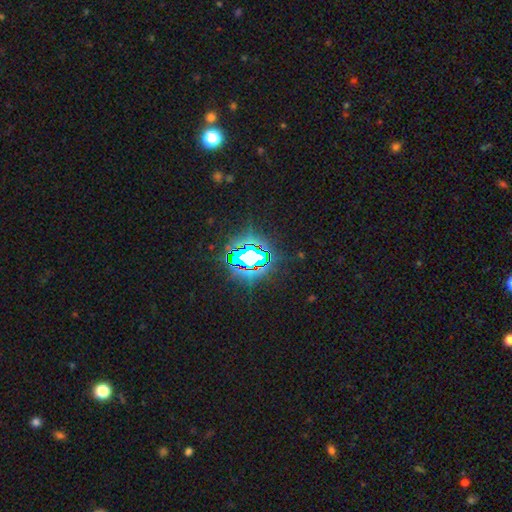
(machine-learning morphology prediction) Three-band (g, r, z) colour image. It shows a star or artifact, not a galaxy (79%).